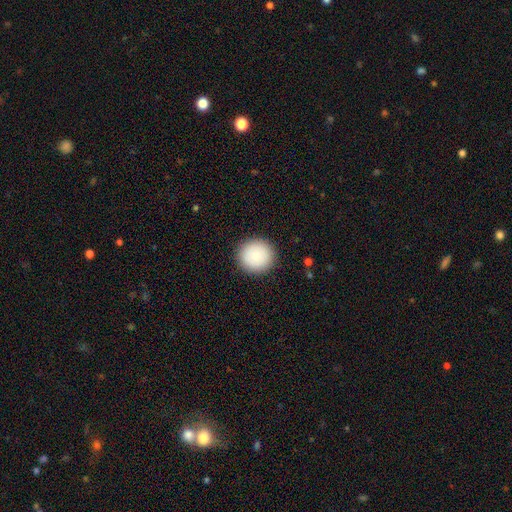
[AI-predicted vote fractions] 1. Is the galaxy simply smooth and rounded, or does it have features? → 87% smooth, 7% star or artifact, 6% featured or disk.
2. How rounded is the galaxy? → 92% round, 7% in between, 1% cigar-shaped.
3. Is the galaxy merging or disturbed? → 91% none, 6% minor disturbance, 2% major disturbance, 1% merger.